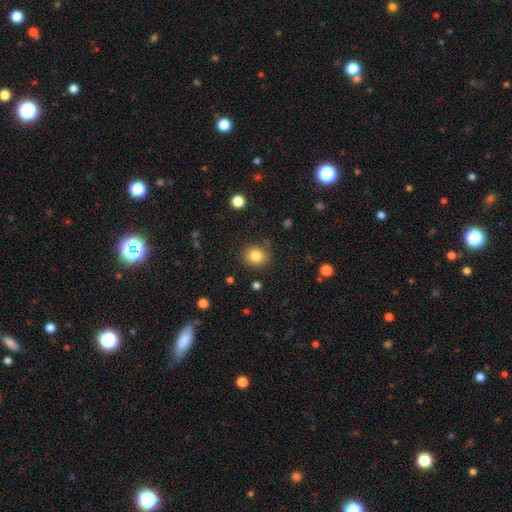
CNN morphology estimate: A smooth galaxy with no disk features (83%) that is round (79%).

Vote fractions:
- Smooth or featured? smooth: 83% / star or artifact: 11% / featured or disk: 6%
- How rounded? round: 79% / in between: 20% / cigar-shaped: 1%
- Merging? none: 86% / minor disturbance: 9% / major disturbance: 3% / merger: 2%